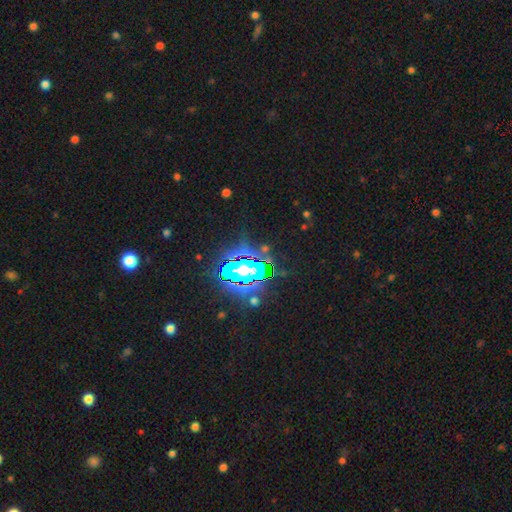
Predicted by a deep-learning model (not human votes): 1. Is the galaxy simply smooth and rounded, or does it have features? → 81% star or artifact, 10% smooth, 8% featured or disk.